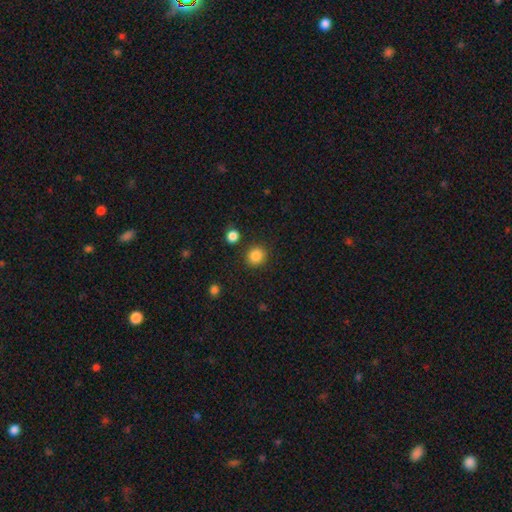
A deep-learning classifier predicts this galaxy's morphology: smooth 86%, star or artifact 10%, featured or disk 4%. Down the decision tree: how rounded — round (90%); merging — none (88%).